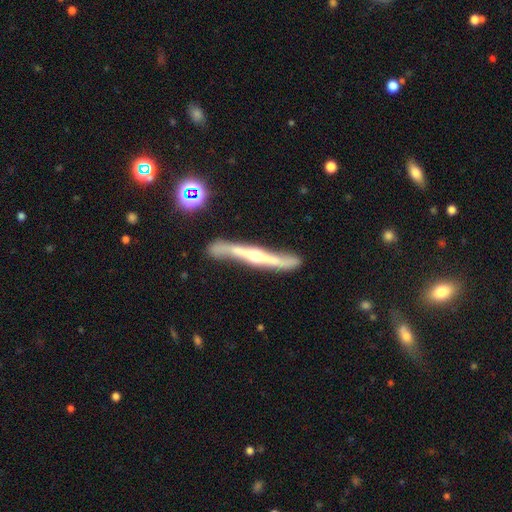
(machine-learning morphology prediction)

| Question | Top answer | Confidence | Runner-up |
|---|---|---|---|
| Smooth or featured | featured or disk | 80% | smooth (15%) |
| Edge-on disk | yes | 87% | no (13%) |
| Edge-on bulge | rounded | 84% | none (10%) |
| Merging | none | 75% | minor disturbance (17%) |